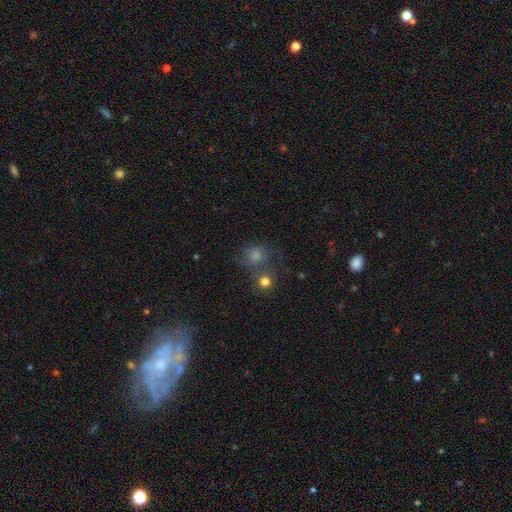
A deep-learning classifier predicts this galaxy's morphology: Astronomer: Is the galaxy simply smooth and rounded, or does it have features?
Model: smooth — 73%.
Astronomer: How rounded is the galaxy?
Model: round — 72%.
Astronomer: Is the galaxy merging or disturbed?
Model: none — 39% (runner-up: merger, 33%).